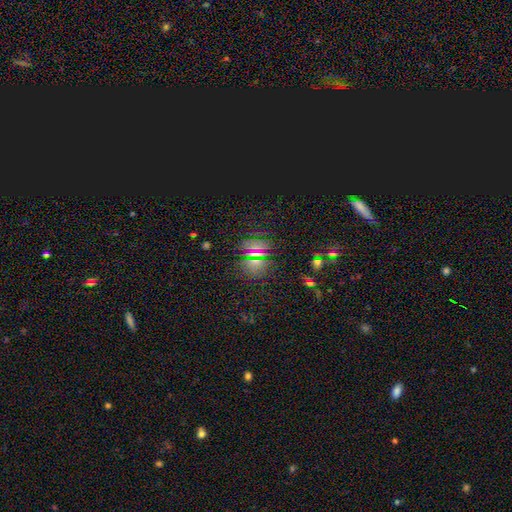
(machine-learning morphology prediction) type=star or artifact (61%).